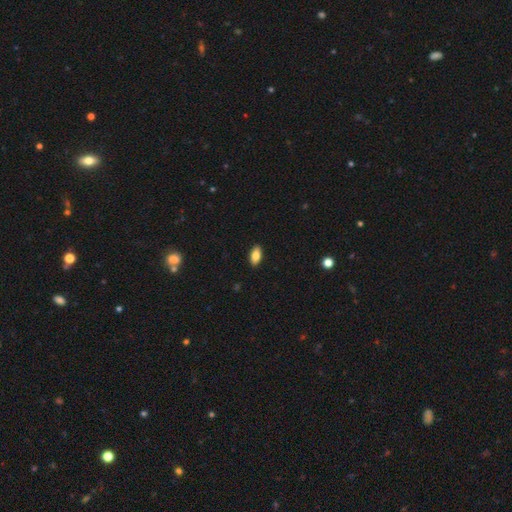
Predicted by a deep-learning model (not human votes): Smooth or featured? smooth (81%)
How rounded? in between (91%)
Merging? none (90%)